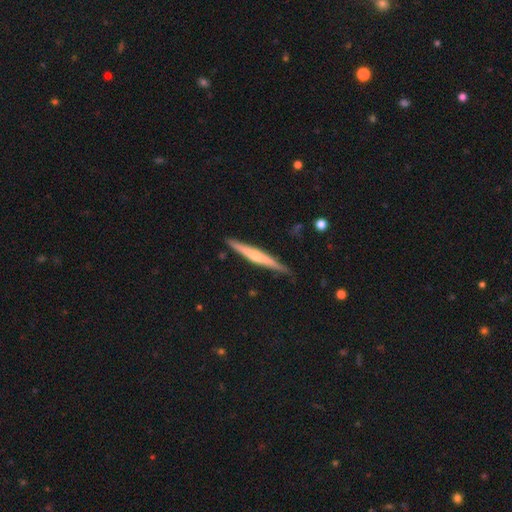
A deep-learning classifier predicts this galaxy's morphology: This appears to be a featured or disk galaxy (57%) viewed edge-on (97%) with a rounded central bulge (56%). Merging: none (84%).